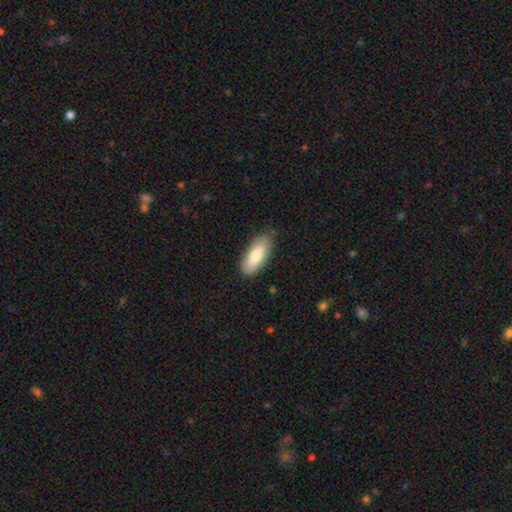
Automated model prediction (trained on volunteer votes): Smooth or featured: smooth — 76% (featured or disk — 18%)
How rounded: in between — 78% (cigar-shaped — 20%)
Merging: none — 80% (minor disturbance — 16%)